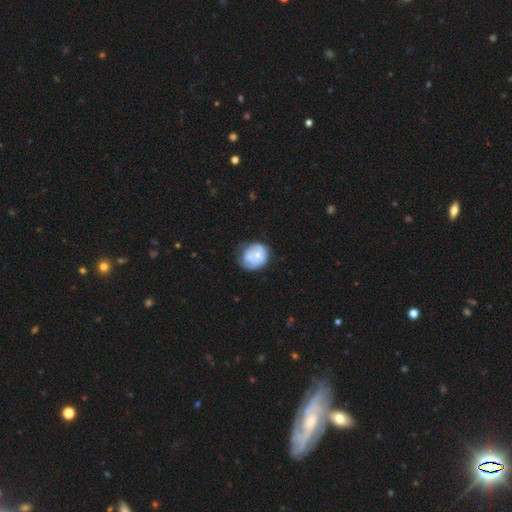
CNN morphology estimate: smooth-or-featured: smooth: 52% | featured or disk: 41% | star or artifact: 7%
  how-rounded: round: 70% | in between: 30% | cigar-shaped: 1%
  merging: none: 50% | minor disturbance: 31% | major disturbance: 13% | merger: 6%